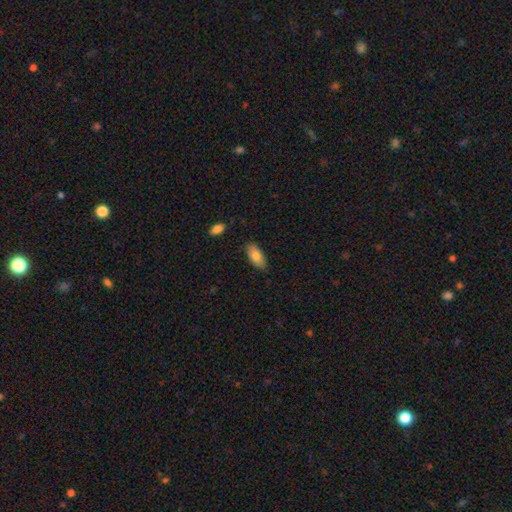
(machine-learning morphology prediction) type=smooth (81%); roundness=in between (89%); merging=none (84%).